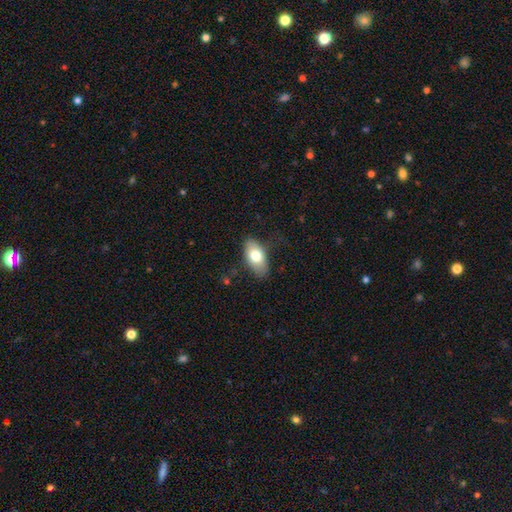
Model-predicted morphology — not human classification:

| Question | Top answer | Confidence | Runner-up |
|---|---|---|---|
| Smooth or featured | smooth | 73% | featured or disk (20%) |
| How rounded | in between | 92% | round (5%) |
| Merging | none | 75% | minor disturbance (19%) |